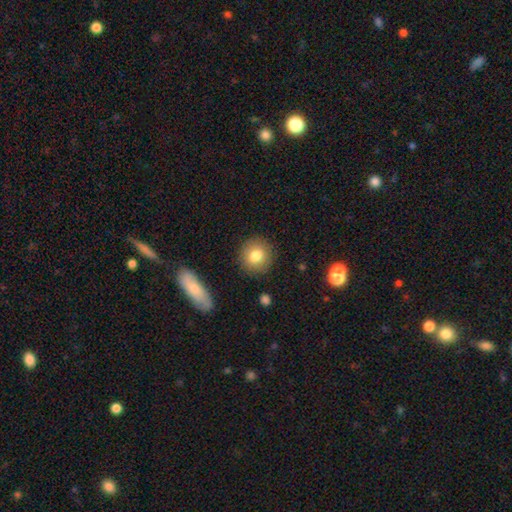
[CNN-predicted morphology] This appears to be a smooth galaxy with no disk features (81%) that is round (89%). Merging: none (89%).